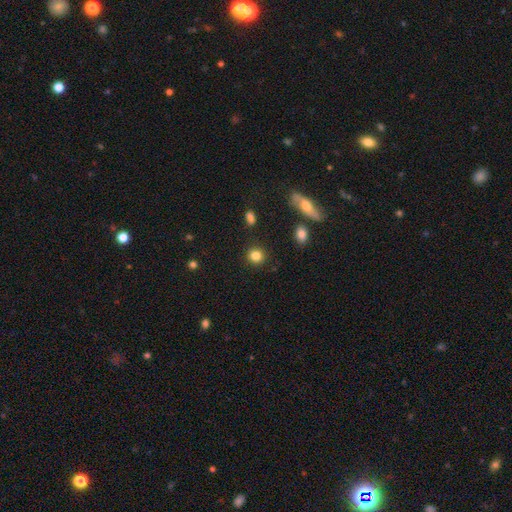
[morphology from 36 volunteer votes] Q: Smooth or featured?
A: smooth (86%); runner-up: featured or disk (11%)
Q: How rounded?
A: round (94%); runner-up: in between (6%)
Q: Merging?
A: none (89%); runner-up: minor disturbance (6%)